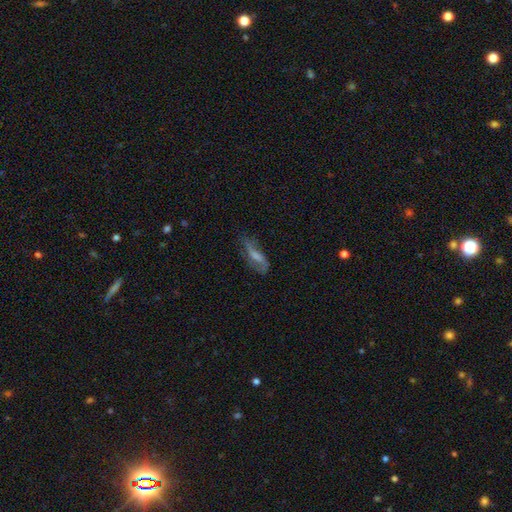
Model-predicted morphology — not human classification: featured or disk 63%, smooth 26%, star or artifact 10%. Down the decision tree: edge-on disk — no (81%); bar — weak (42%); spiral arms — yes (86%); bulge size — small (35%); merging — none (63%).